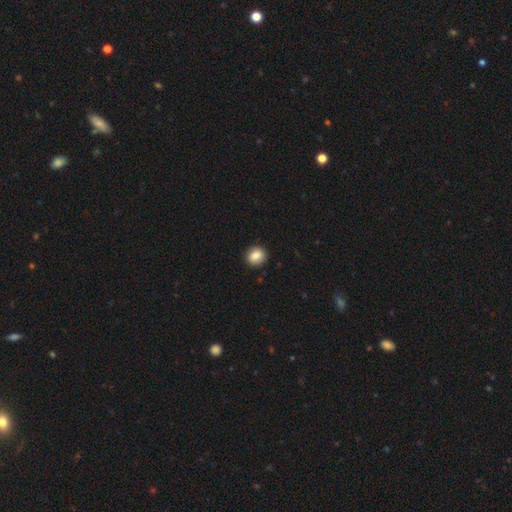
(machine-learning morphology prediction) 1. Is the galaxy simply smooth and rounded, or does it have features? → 85% smooth, 9% star or artifact, 7% featured or disk.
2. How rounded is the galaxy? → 79% round, 20% in between, 1% cigar-shaped.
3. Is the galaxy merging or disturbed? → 90% none, 7% minor disturbance, 2% major disturbance, 1% merger.